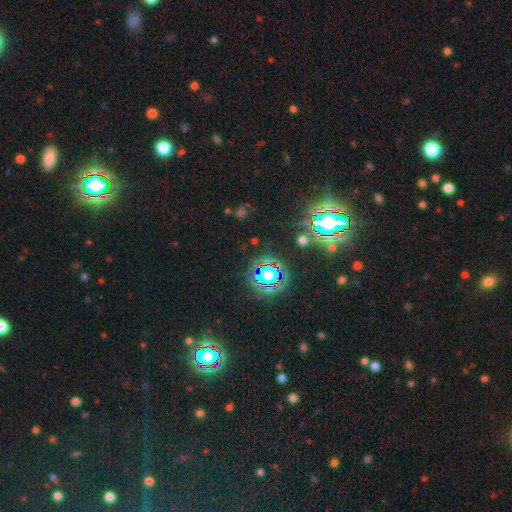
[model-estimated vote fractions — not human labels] Overall: star or artifact (81%).